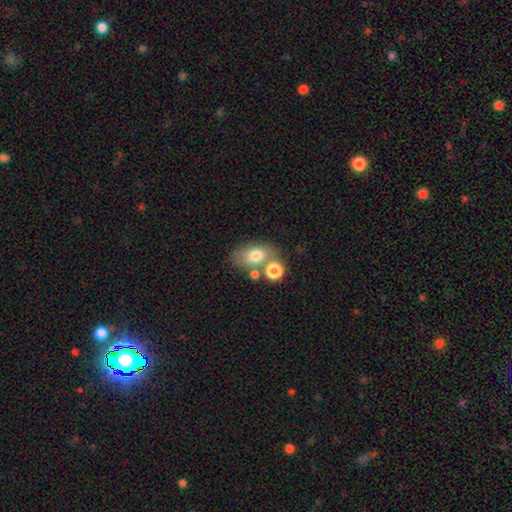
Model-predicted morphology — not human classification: A smooth galaxy with no disk features (72%) that is in between round and cigar-shaped (82%).

Vote fractions:
- Smooth or featured? smooth: 72% / featured or disk: 18% / star or artifact: 10%
- How rounded? in between: 82% / round: 16% / cigar-shaped: 2%
- Merging? none: 51% / merger: 27% / minor disturbance: 14% / major disturbance: 7%